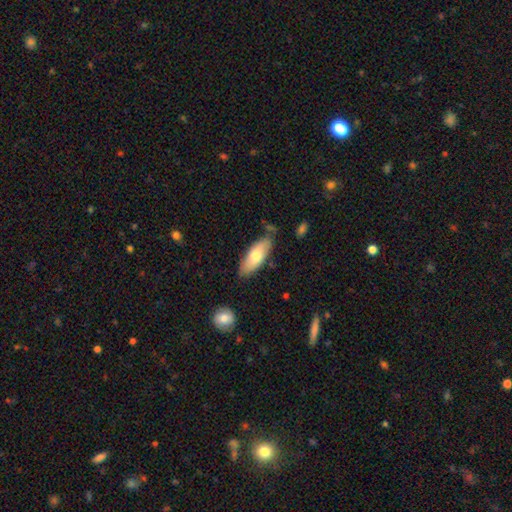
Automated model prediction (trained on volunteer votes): Overall: smooth (69%). How rounded: in between (70%). Merging: none (76%).